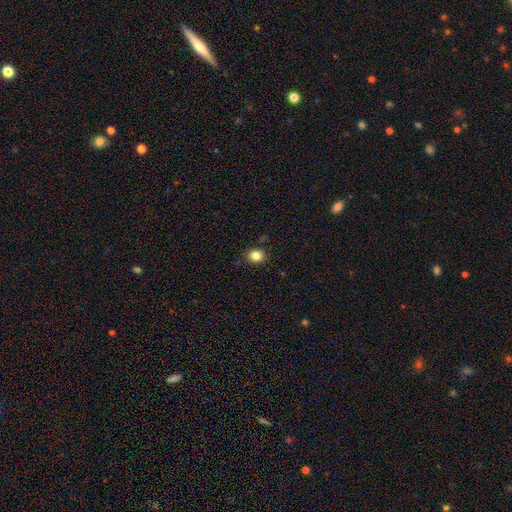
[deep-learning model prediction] A smooth galaxy with no disk features (84%) that is round (58%). Merging: none (87%).